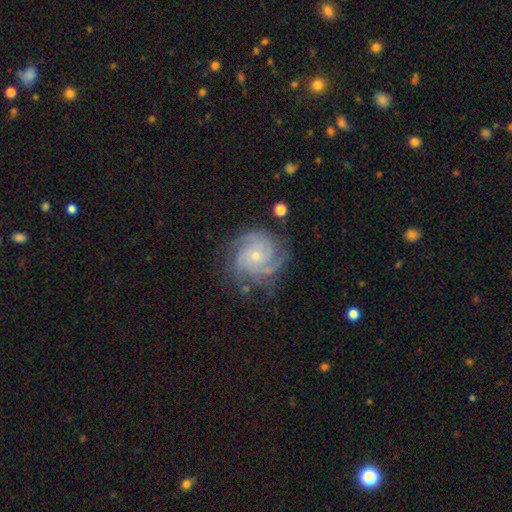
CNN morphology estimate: A featured or disk galaxy (88%) with no bar (76%), 3 (33%) tight (66%) spiral arms (98%) and a small central bulge (72%).

Vote fractions:
- Smooth or featured? featured or disk: 88% / smooth: 6% / star or artifact: 6%
- Edge-on disk? no: 98% / yes: 2%
- Bar? no: 76% / weak: 20% / strong: 4%
- Spiral arms? yes: 98% / no: 2%
- Spiral winding? tight: 66% / medium: 29% / loose: 5%
- Spiral arm count? 3: 33% / 4: 27% / can't tell: 16% / 2: 11% / more than 4: 7% / 1: 6%
- Bulge size? small: 72% / moderate: 24% / none: 2% / large: 1% / dominant: 1%
- Merging? none: 74% / minor disturbance: 17% / major disturbance: 7% / merger: 2%